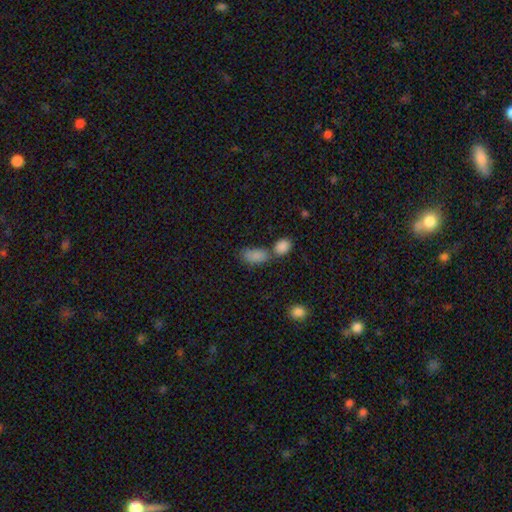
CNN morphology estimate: Overall: smooth (84%). How rounded: in between (89%). Merging: none (45%; merger 35%).